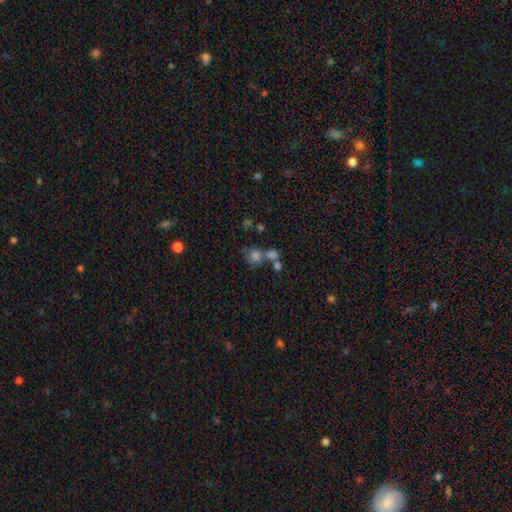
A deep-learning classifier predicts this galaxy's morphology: Q: Smooth or featured?
A: smooth (74%); runner-up: star or artifact (14%)
Q: How rounded?
A: round (72%); runner-up: in between (27%)
Q: Merging?
A: merger (42%); runner-up: none (40%)